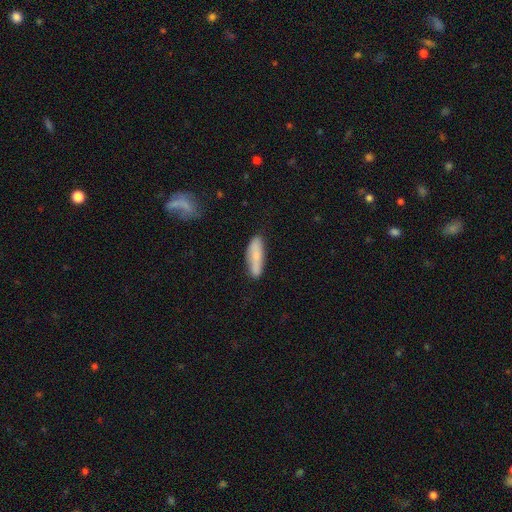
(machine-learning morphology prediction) The model was most divided on "how rounded": cigar-shaped: 63%, in between: 36%, round: 2%. More confident: merging — none (78%); smooth or featured — smooth (75%).